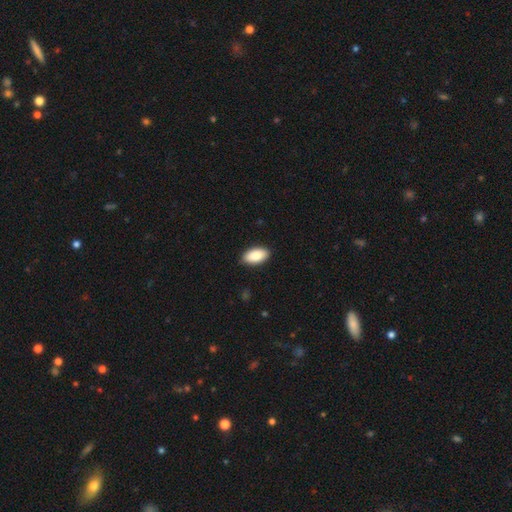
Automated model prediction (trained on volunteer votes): This appears to be a smooth galaxy with no disk features (87%) that is in between round and cigar-shaped (95%). Merging: none (88%).